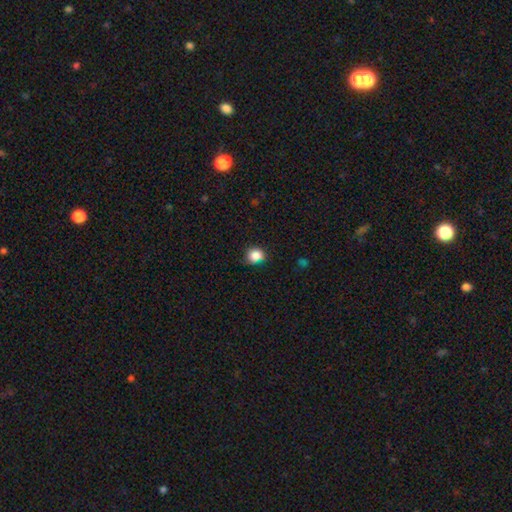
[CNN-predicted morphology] smooth-or-featured: smooth: 85% | star or artifact: 11% | featured or disk: 4%
  how-rounded: round: 78% | in between: 21% | cigar-shaped: 1%
  merging: none: 71% | minor disturbance: 21% | major disturbance: 4% | merger: 4%